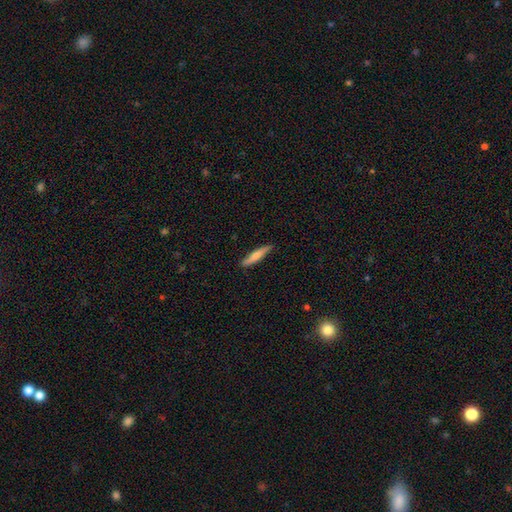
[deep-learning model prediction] Q: Smooth or featured?
A: smooth (68%); runner-up: featured or disk (27%)
Q: How rounded?
A: cigar-shaped (91%); runner-up: in between (8%)
Q: Merging?
A: none (85%); runner-up: minor disturbance (11%)